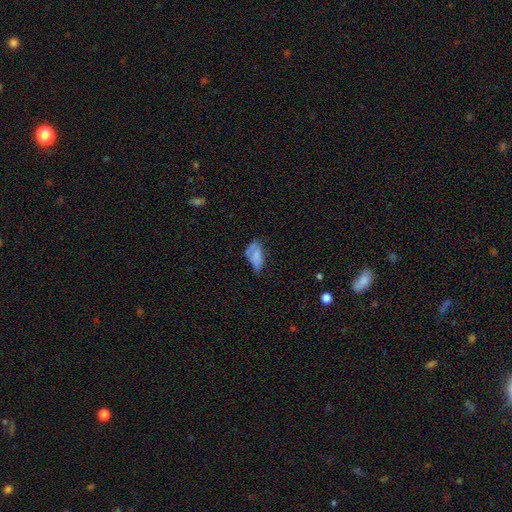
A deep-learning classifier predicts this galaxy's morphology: smooth 69%, featured or disk 21%, star or artifact 10%. Down the decision tree: how rounded — in between (90%); merging — none (35%).